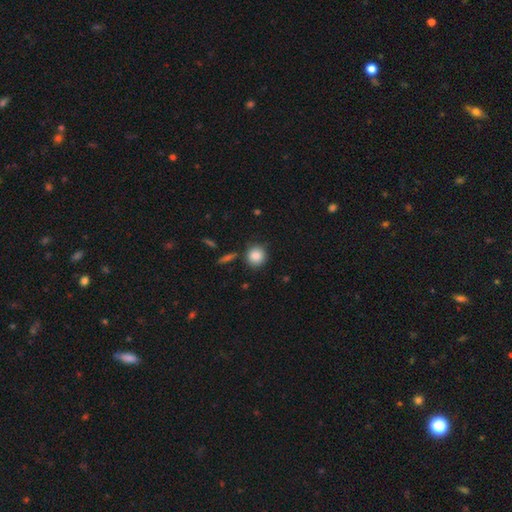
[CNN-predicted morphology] This appears to be a smooth galaxy with no disk features (87%) that is round (89%). Merging: none (84%).